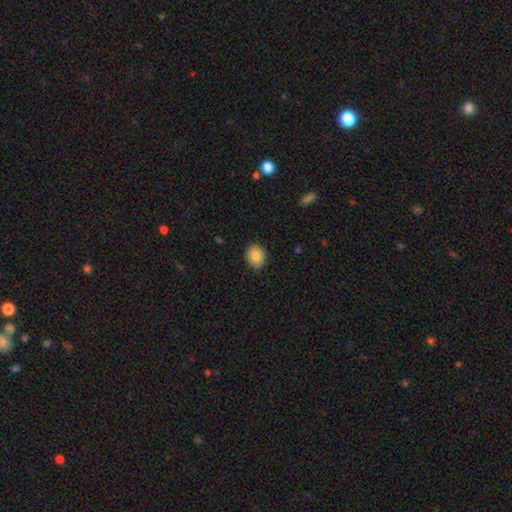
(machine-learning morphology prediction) This is clearly a smooth galaxy (84%). How rounded: possibly round (55%). Merging: clearly none (86%).